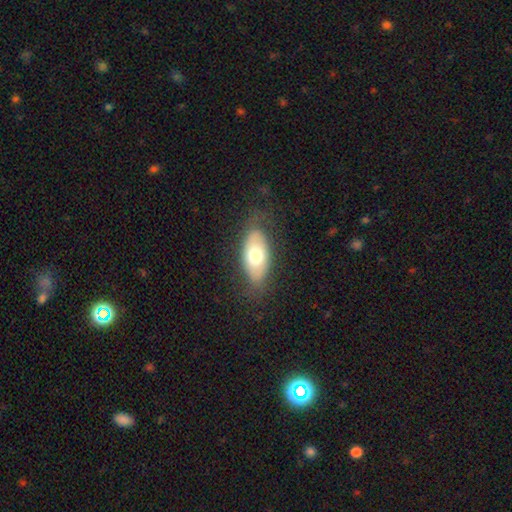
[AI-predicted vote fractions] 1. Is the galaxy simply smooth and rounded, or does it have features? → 65% smooth, 28% featured or disk, 7% star or artifact.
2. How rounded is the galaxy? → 89% in between, 6% cigar-shaped, 4% round.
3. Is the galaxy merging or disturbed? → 76% none, 16% minor disturbance, 6% major disturbance, 1% merger.